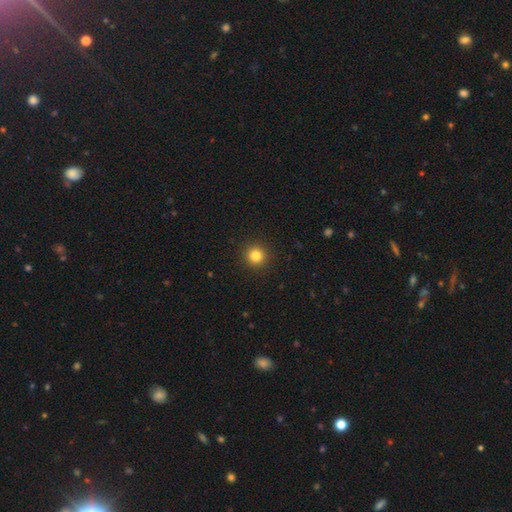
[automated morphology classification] A smooth galaxy with no disk features (83%) that is round (95%).

Vote fractions:
- Smooth or featured? smooth: 83% / star or artifact: 12% / featured or disk: 5%
- How rounded? round: 95% / in between: 4% / cigar-shaped: 1%
- Merging? none: 93% / minor disturbance: 5% / major disturbance: 2% / merger: 1%